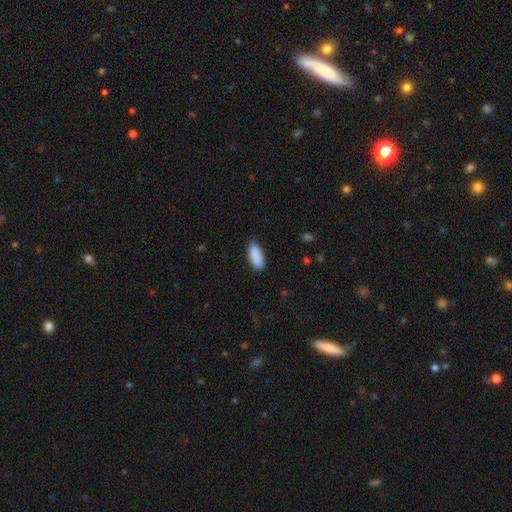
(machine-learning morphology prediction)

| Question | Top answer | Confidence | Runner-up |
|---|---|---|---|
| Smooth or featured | smooth | 90% | star or artifact (6%) |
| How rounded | in between | 83% | cigar-shaped (15%) |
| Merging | none | 83% | minor disturbance (14%) |